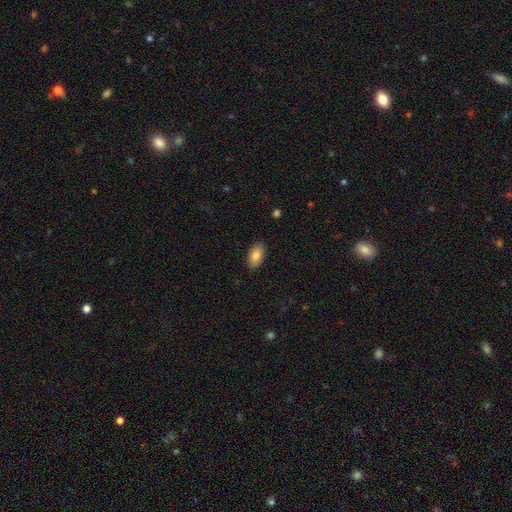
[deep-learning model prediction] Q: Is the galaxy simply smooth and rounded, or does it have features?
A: smooth — 84%.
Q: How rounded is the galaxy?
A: in between — 93%.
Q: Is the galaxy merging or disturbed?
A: none — 87%.